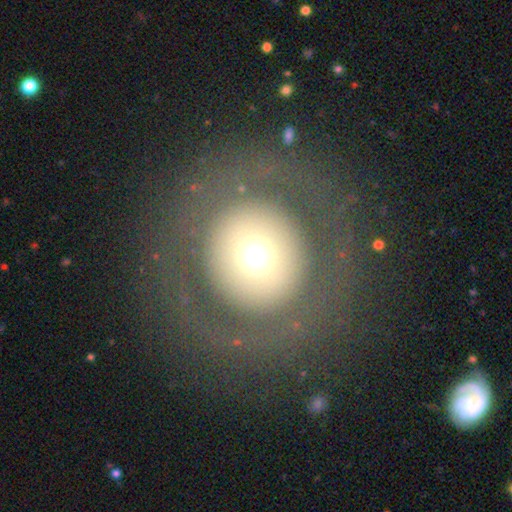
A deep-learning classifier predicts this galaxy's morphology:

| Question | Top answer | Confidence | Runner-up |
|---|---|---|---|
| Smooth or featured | smooth | 53% | featured or disk (36%) |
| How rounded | round | 93% | in between (6%) |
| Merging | none | 83% | major disturbance (9%) |